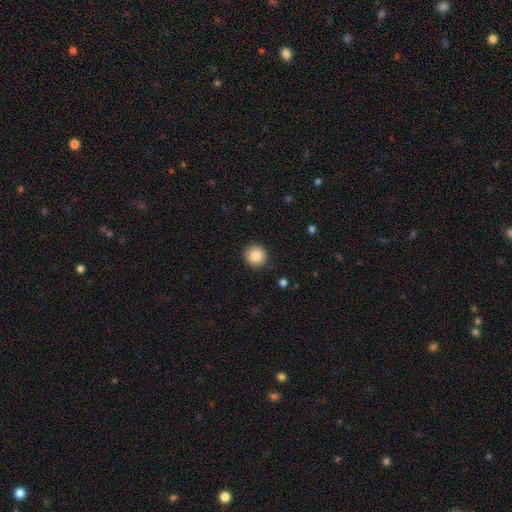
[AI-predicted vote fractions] Overall: smooth (87%). How rounded: round (95%). Merging: none (91%).